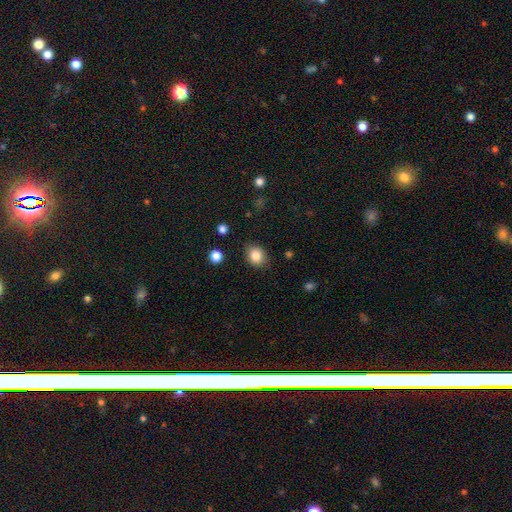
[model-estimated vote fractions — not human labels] A smooth galaxy with no disk features (85%) that is round (53%). Merging: none (83%).